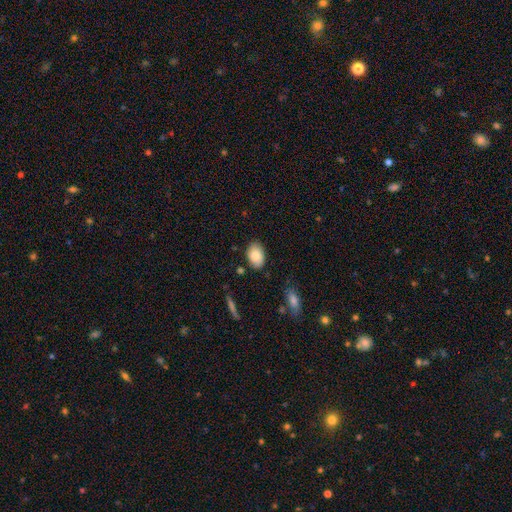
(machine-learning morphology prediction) A smooth galaxy with no disk features (84%) that is in between round and cigar-shaped (87%).

Vote fractions:
- Smooth or featured? smooth: 84% / featured or disk: 9% / star or artifact: 7%
- How rounded? in between: 87% / round: 12% / cigar-shaped: 1%
- Merging? none: 79% / minor disturbance: 16% / major disturbance: 3% / merger: 2%